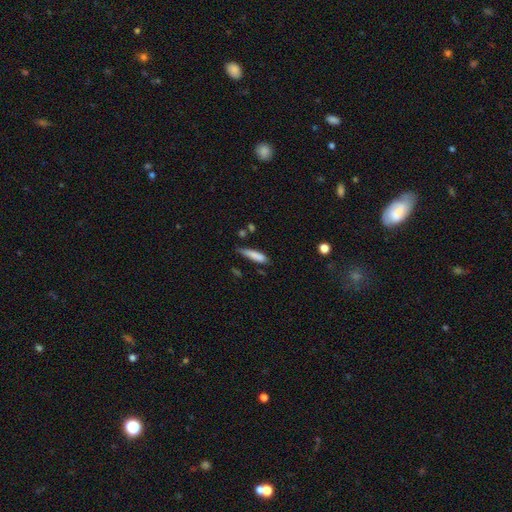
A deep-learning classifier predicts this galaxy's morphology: smooth_or_featured: smooth (p=0.81) [alt: featured or disk p=0.12]
how_rounded: cigar-shaped (p=0.78) [alt: in between p=0.21]
merging: none (p=0.59) [alt: minor disturbance p=0.31]